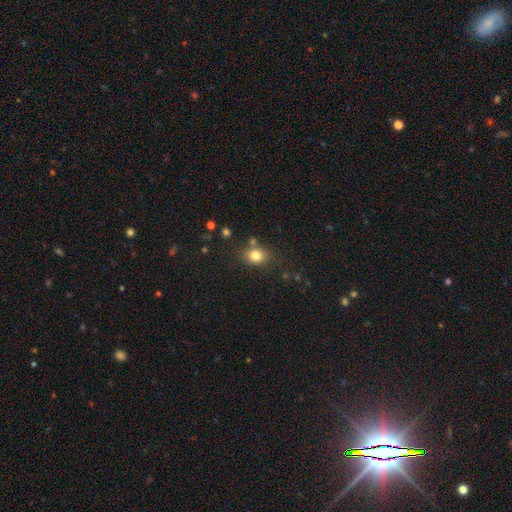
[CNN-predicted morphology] Smooth or featured? smooth (80%)
How rounded? round (59%)
Merging? none (74%)